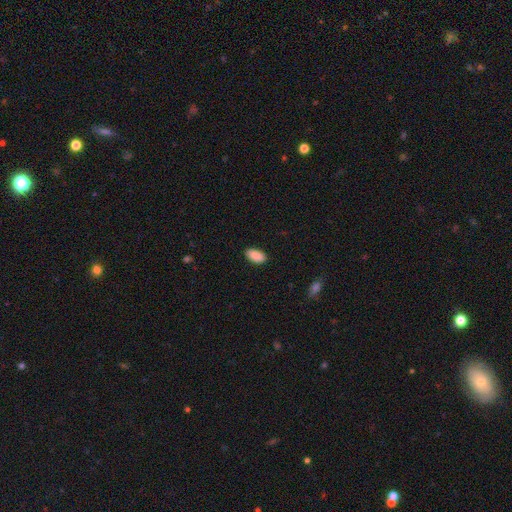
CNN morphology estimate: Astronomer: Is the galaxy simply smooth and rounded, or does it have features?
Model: smooth — 90%.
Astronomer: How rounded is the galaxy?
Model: in between — 95%.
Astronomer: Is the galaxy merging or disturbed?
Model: none — 87%.